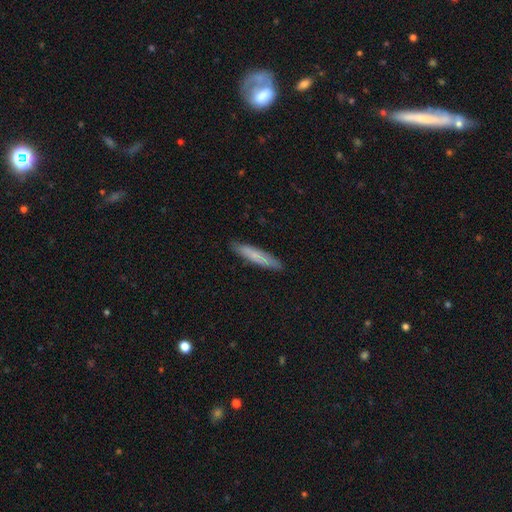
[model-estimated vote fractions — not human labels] smooth_or_featured: smooth (p=0.71) [alt: featured or disk p=0.24]
how_rounded: cigar-shaped (p=0.91) [alt: in between p=0.08]
merging: none (p=0.89) [alt: minor disturbance p=0.08]